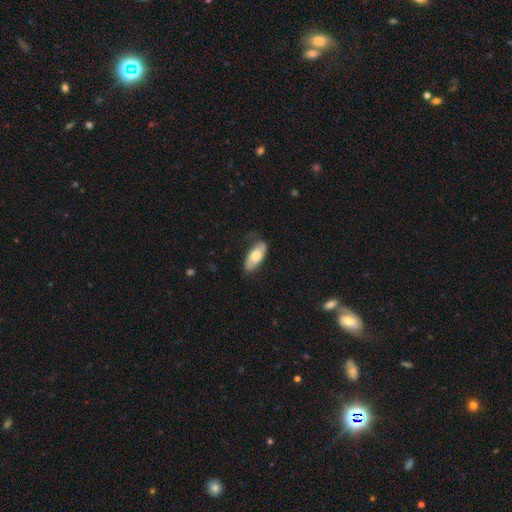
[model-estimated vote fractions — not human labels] Smooth or featured? Predicted: smooth (p=0.66). How rounded? Predicted: in between (p=0.85). Merging? Predicted: none (p=0.68).